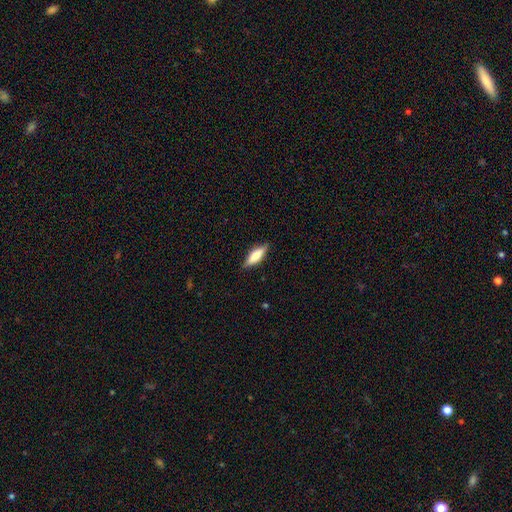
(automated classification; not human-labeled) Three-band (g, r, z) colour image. It shows a smooth galaxy with no disk features (65%) that is in between round and cigar-shaped (51%). Merging: none (85%).